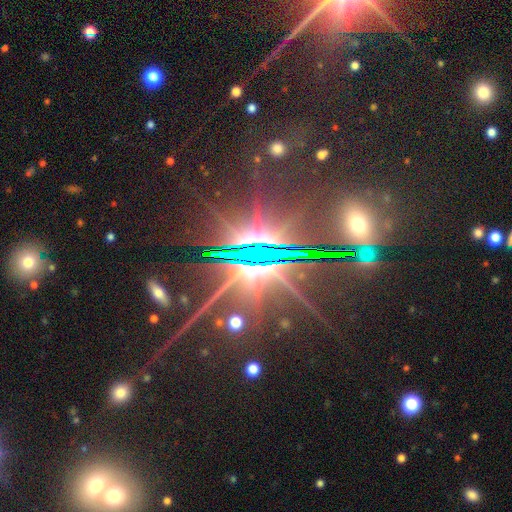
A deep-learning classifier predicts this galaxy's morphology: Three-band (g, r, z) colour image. It shows a star or artifact, not a galaxy (79%).